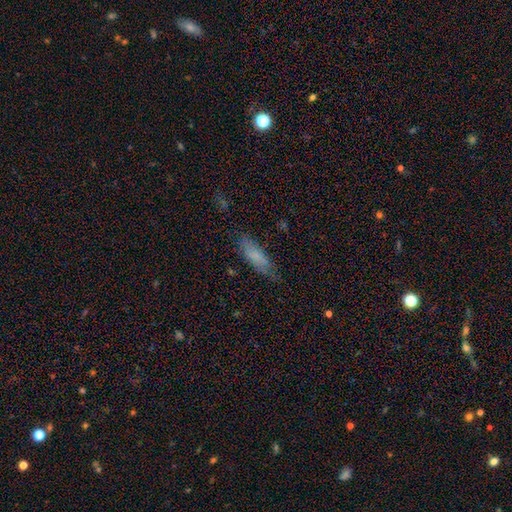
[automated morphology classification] A smooth galaxy with no disk features (75%) that is cigar-shaped (50%). Merging: none (69%).